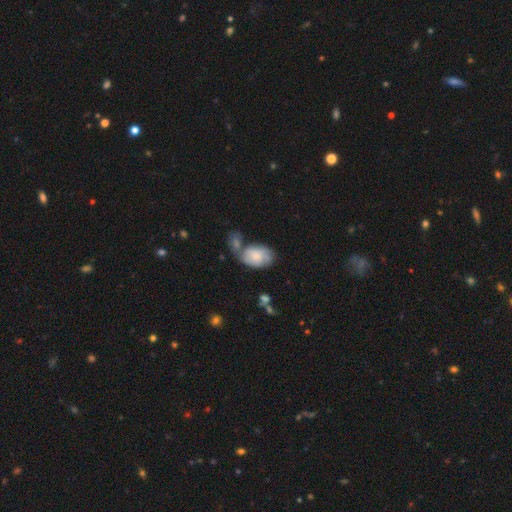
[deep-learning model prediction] The model was most divided on "merging": merger: 35%, none: 33%, minor disturbance: 21%, major disturbance: 10%. More confident: how rounded — in between (89%); smooth or featured — smooth (61%).